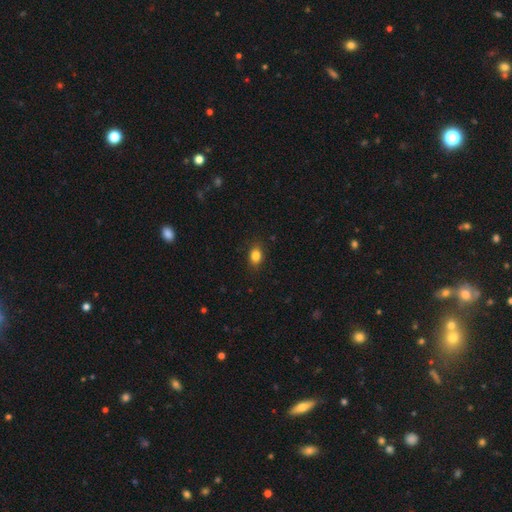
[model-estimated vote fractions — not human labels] A smooth galaxy with no disk features (84%) that is in between round and cigar-shaped (73%). Merging: none (87%).